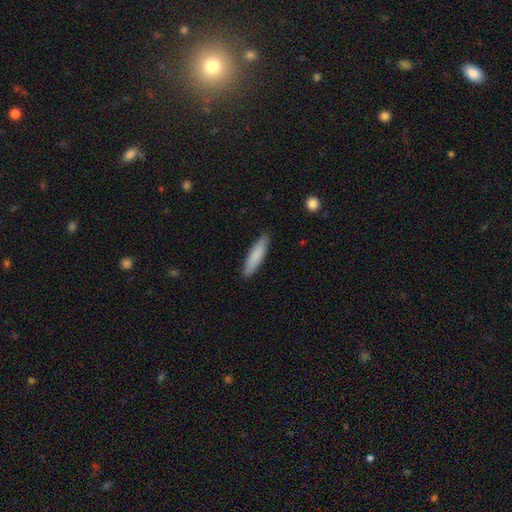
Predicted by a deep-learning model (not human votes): This is clearly a smooth galaxy (84%). How rounded: likely cigar-shaped (79%). Merging: clearly none (89%).